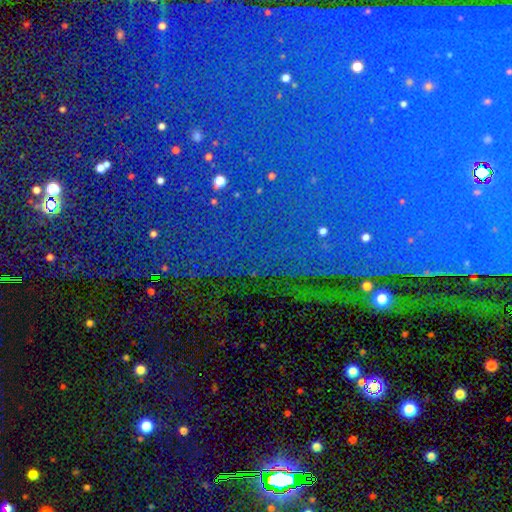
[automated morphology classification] Smooth or featured? star or artifact (85%)